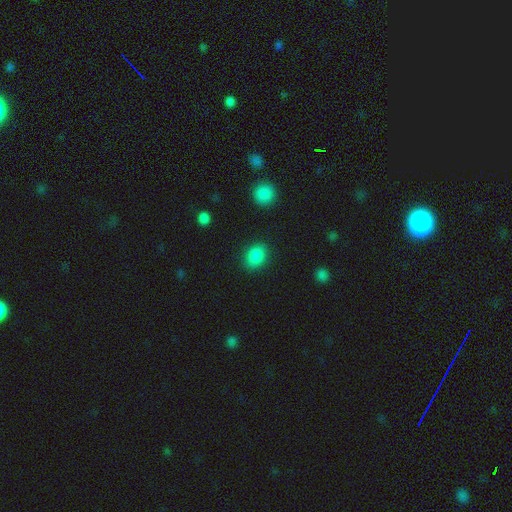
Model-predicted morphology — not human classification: smooth-or-featured: smooth: 87% | star or artifact: 9% | featured or disk: 4%
  how-rounded: in between: 62% | round: 36% | cigar-shaped: 1%
  merging: none: 86% | minor disturbance: 9% | major disturbance: 3% | merger: 1%